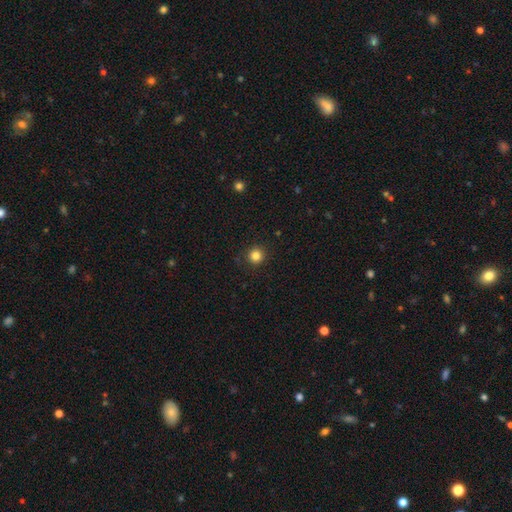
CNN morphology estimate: A smooth galaxy with no disk features (84%) that is round (95%). Merging: none (91%).